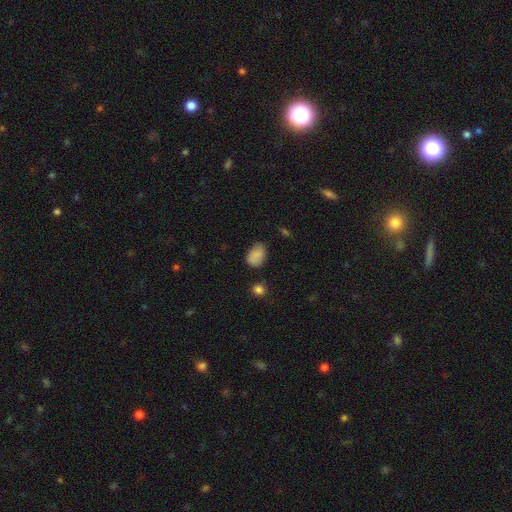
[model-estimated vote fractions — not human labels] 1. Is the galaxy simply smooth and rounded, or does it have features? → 85% smooth, 9% star or artifact, 6% featured or disk.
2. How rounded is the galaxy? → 82% in between, 17% round, 1% cigar-shaped.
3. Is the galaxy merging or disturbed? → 69% none, 24% minor disturbance, 5% major disturbance, 2% merger.